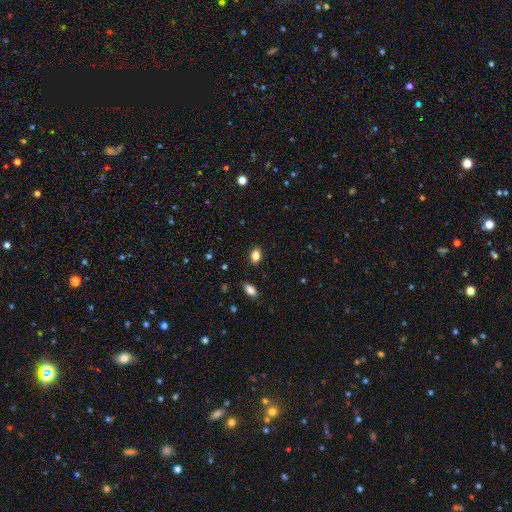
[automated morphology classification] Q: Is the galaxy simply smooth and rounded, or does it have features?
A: smooth — 84%.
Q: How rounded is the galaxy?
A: in between — 80%.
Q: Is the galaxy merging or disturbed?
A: none — 87%.